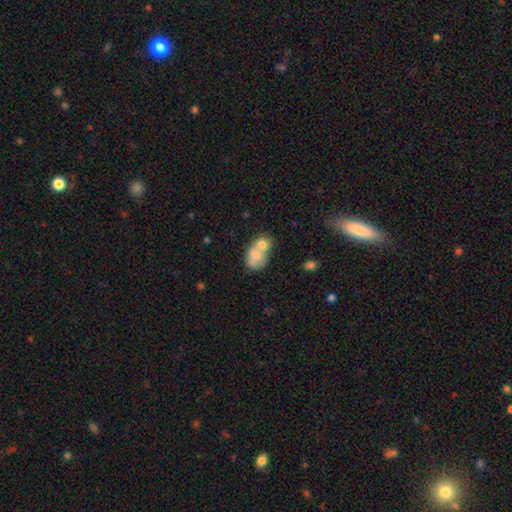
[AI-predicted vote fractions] Morphology: type=smooth (67%); roundness=in between (65%); merging=merger (67%).